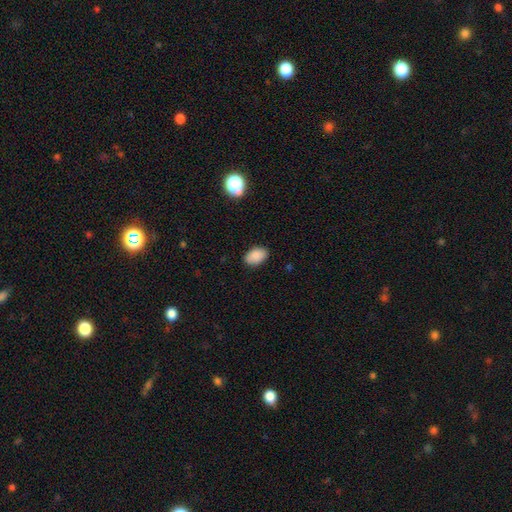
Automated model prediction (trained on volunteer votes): Smooth or featured? smooth (88%)
How rounded? in between (90%)
Merging? none (87%)